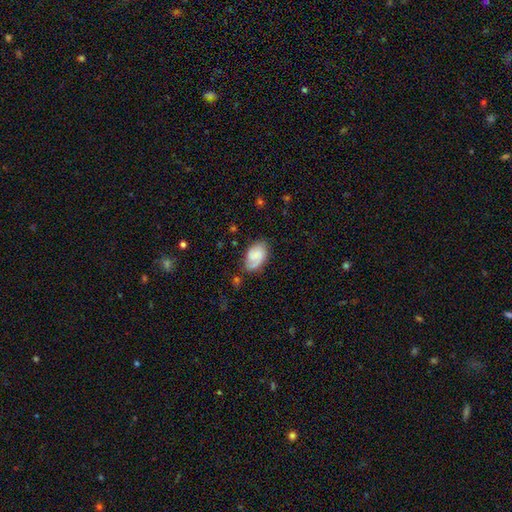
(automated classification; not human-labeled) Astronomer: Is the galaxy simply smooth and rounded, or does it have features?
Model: featured or disk — 48% (runner-up: smooth, 44%).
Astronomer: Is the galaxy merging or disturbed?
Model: none — 61%.